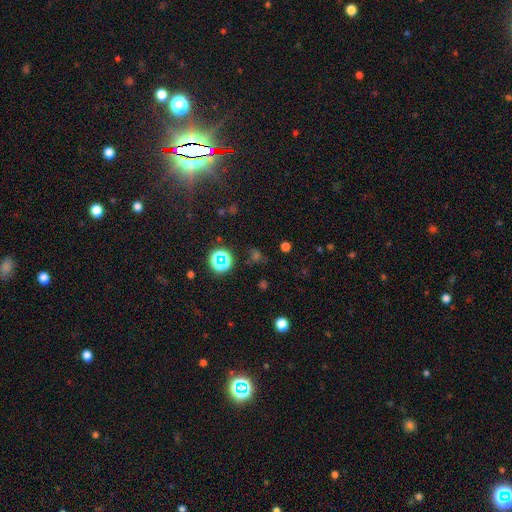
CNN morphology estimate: smooth-or-featured: star or artifact: 62% | smooth: 29% | featured or disk: 9%